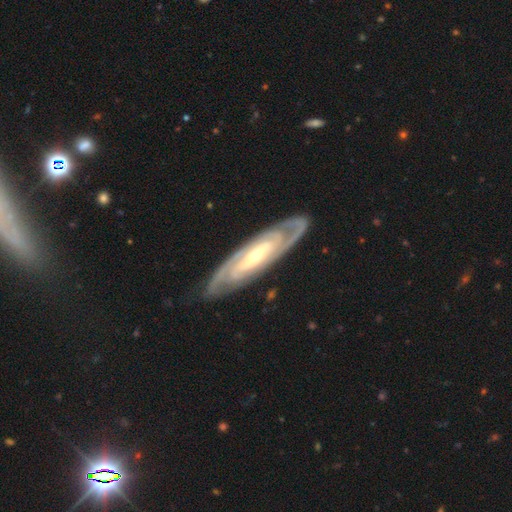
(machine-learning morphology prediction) Q: Smooth or featured?
A: featured or disk (89%); runner-up: smooth (7%)
Q: Edge-on disk?
A: no (86%); runner-up: yes (14%)
Q: Bar?
A: no (41%); runner-up: weak (32%)
Q: Spiral arms?
A: yes (96%); runner-up: no (4%)
Q: Spiral winding?
A: tight (72%); runner-up: medium (23%)
Q: Spiral arm count?
A: 2 (60%); runner-up: can't tell (19%)
Q: Bulge size?
A: small (58%); runner-up: moderate (39%)
Q: Merging?
A: none (83%); runner-up: minor disturbance (12%)